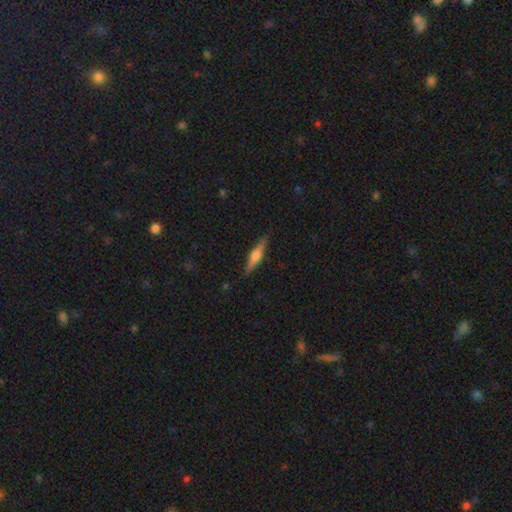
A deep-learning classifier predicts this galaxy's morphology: smooth_or_featured: featured or disk (p=0.63) [alt: smooth p=0.31]
disk_edge_on: yes (p=0.97) [alt: no p=0.03]
edge_on_bulge: rounded (p=0.86) [alt: boxy p=0.10]
merging: none (p=0.88) [alt: minor disturbance p=0.09]